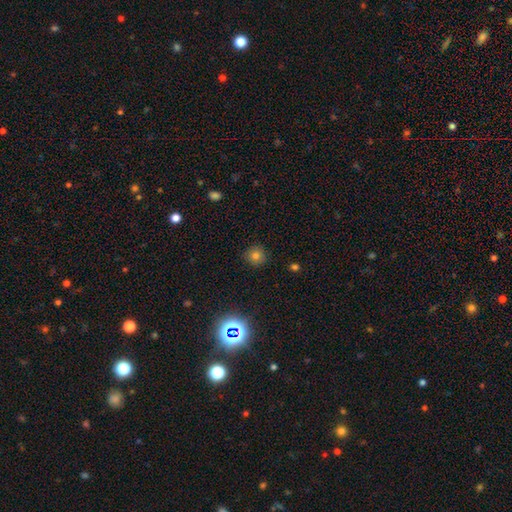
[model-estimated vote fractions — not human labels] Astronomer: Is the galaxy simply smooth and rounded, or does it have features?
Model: smooth — 76%.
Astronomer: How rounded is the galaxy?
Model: round — 92%.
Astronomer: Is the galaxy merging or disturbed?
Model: none — 89%.